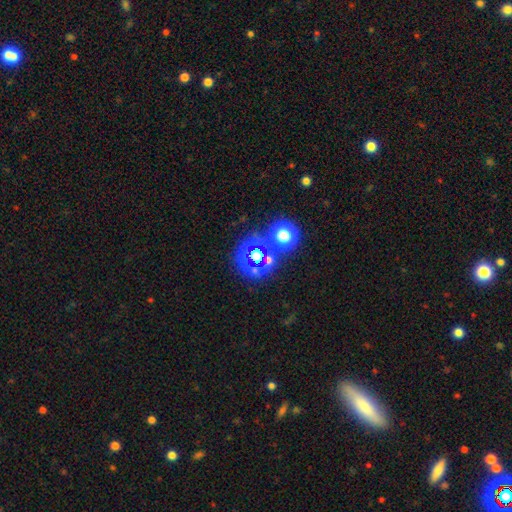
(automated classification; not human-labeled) smooth-or-featured: star or artifact: 59% | smooth: 28% | featured or disk: 13%